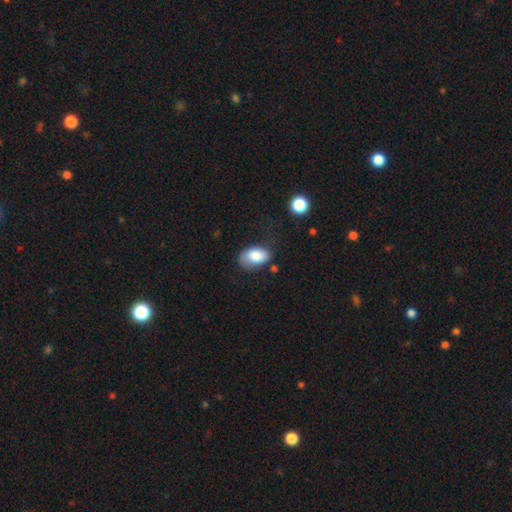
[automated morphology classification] The model was most divided on "merging": none: 56%, minor disturbance: 29%, major disturbance: 12%, merger: 4%. More confident: how rounded — in between (90%); smooth or featured — smooth (83%).